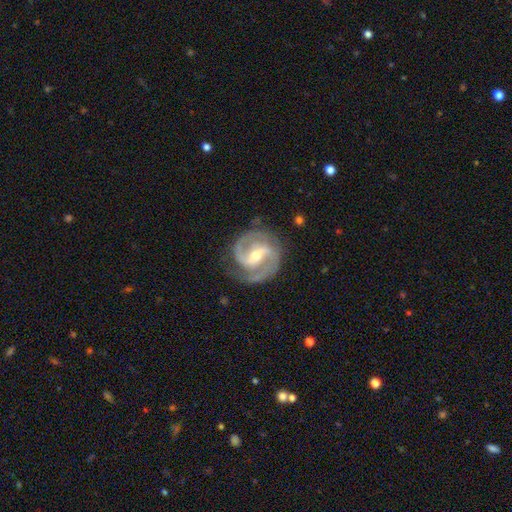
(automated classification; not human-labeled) This is clearly a featured or disk galaxy (92%). It is clearly not viewed edge-on (98%). Bar: possibly strong (46%). Spiral arm pattern: clearly yes (98%). Spiral arm count: clearly 2 (89%). Spiral winding: possibly medium (57%). Central bulge: possibly moderate (49%). Merging: clearly none (80%).